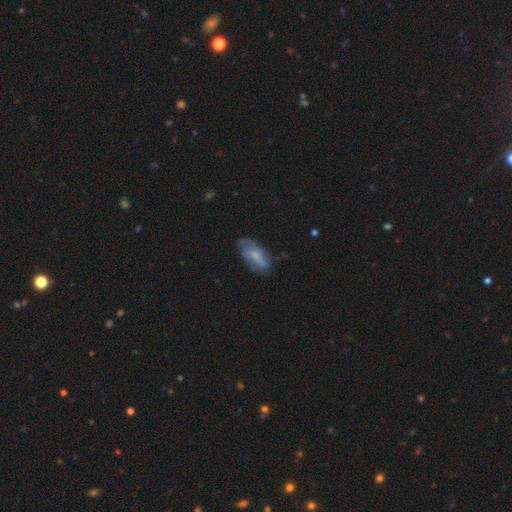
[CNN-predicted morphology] Overall: featured or disk (50%; smooth 42%). Edge-on disk: no (91%). Merging: none (58%; minor disturbance 27%).